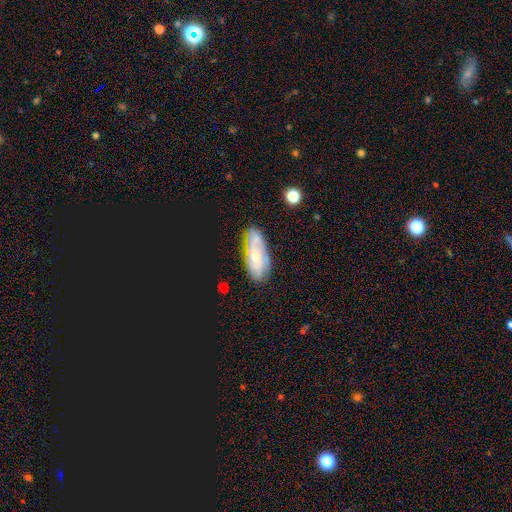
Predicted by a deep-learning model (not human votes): Smooth or featured: featured or disk — 57% (smooth — 34%)
Edge-on disk: no — 87% (yes — 13%)
Merging: none — 73% (minor disturbance — 19%)